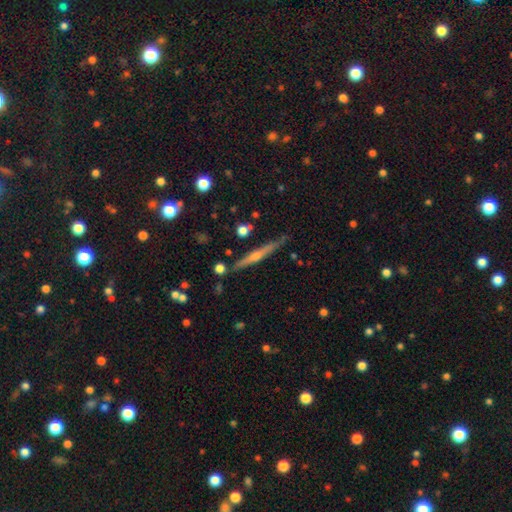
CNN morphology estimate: Smooth or featured? Predicted: featured or disk (p=0.71). Edge-on disk? Predicted: yes (p=0.97). Edge-on bulge? Predicted: rounded (p=0.77). Merging? Predicted: none (p=0.85).